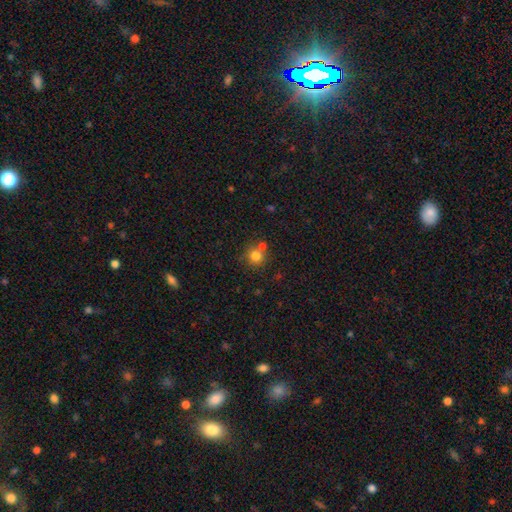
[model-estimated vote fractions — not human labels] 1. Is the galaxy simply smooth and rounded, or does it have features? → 79% smooth, 13% star or artifact, 8% featured or disk.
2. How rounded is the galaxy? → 91% round, 8% in between, 1% cigar-shaped.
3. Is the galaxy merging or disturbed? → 63% none, 25% merger, 9% minor disturbance, 3% major disturbance.